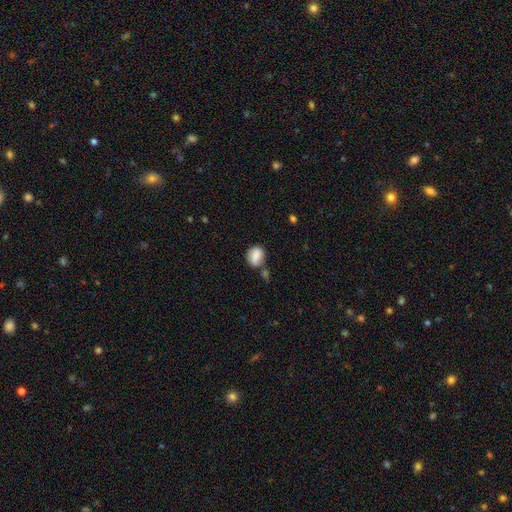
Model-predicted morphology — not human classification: Overall: smooth (79%). How rounded: in between (54%; round 45%). Merging: none (51%; minor disturbance 22%).